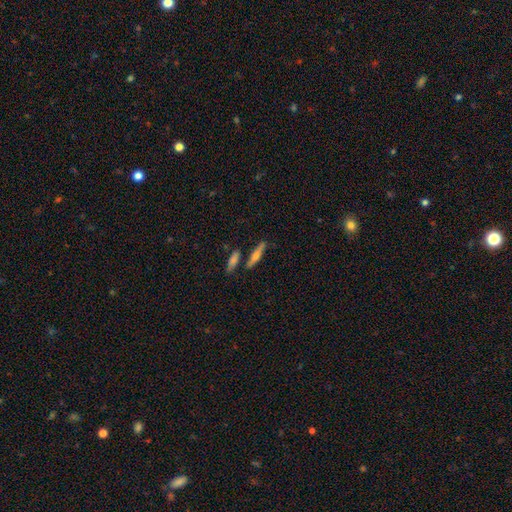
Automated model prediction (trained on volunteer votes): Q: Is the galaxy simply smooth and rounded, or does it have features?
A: featured or disk — 52%.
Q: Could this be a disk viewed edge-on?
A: yes — 92%.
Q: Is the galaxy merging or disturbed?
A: none — 76%.